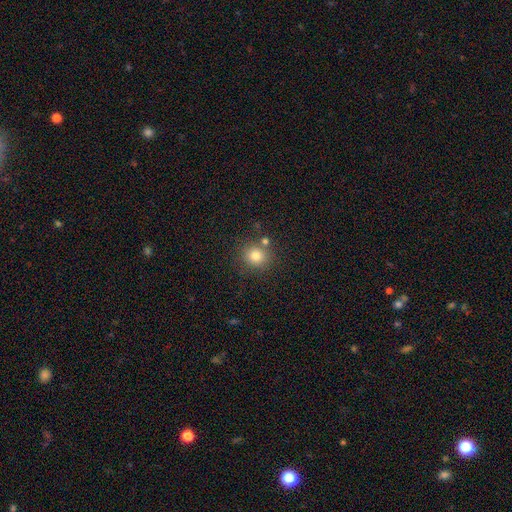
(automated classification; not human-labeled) Smooth or featured?
  - smooth: 81% *
  - star or artifact: 12%
  - featured or disk: 7%
How rounded?
  - round: 89% *
  - in between: 10%
  - cigar-shaped: 1%
Merging?
  - none: 76% *
  - merger: 11%
  - minor disturbance: 9%
  - major disturbance: 3%